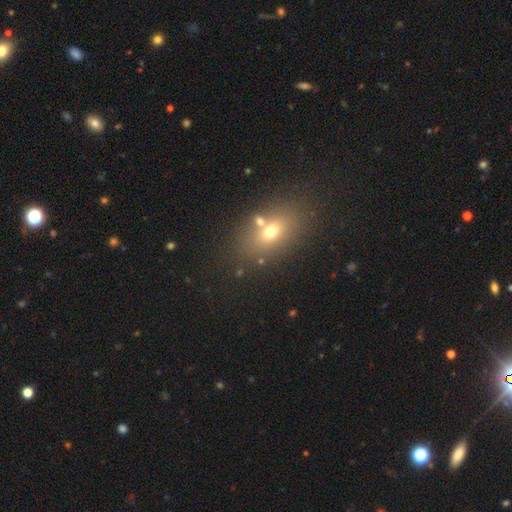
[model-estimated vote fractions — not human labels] The model was most divided on "smooth or featured": smooth: 55%, star or artifact: 29%, featured or disk: 16%. More confident: merging — none (73%); how rounded — in between (66%).